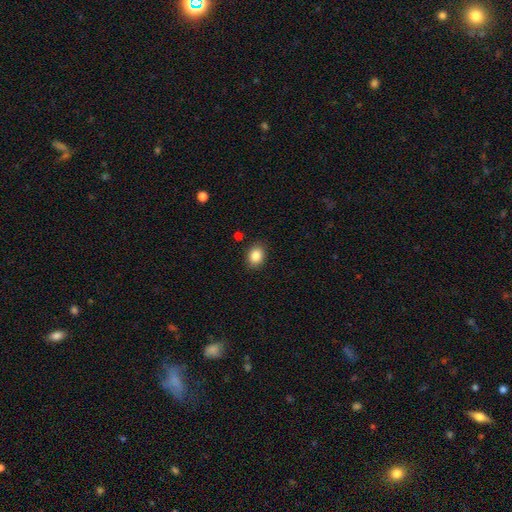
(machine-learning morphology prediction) type=smooth (87%); roundness=in between (60%); merging=none (87%).